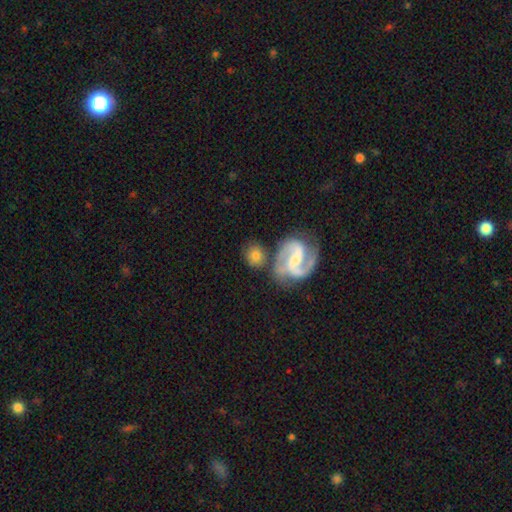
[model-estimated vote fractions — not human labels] Smooth or featured?
  - smooth: 49% *
  - featured or disk: 44%
  - star or artifact: 7%
Merging?
  - none: 65% *
  - merger: 17%
  - minor disturbance: 13%
  - major disturbance: 5%